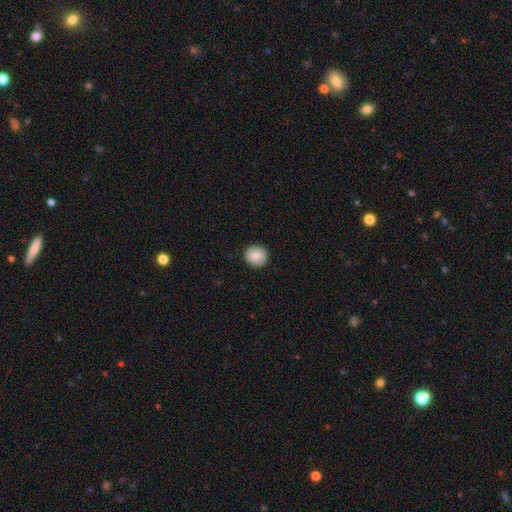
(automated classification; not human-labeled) smooth 84%, featured or disk 8%, star or artifact 7%. Down the decision tree: how rounded — round (90%); merging — none (90%).